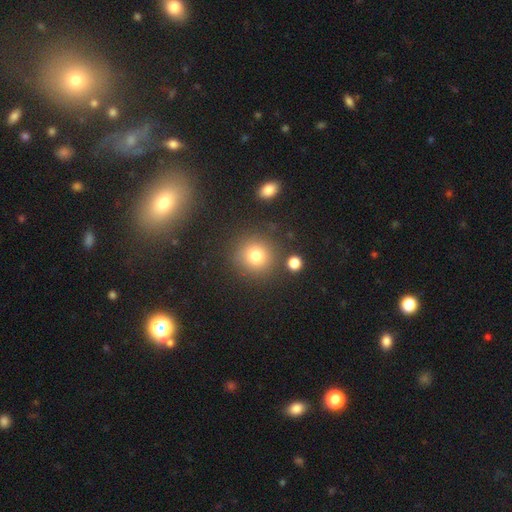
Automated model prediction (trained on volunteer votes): A smooth galaxy with no disk features (78%) that is round (91%). Merging: none (83%).